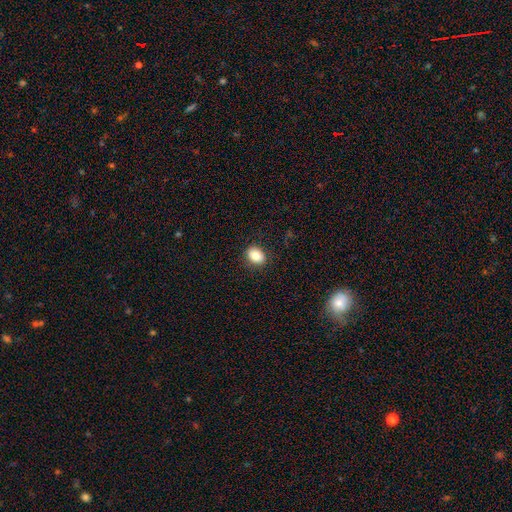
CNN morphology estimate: smooth-or-featured: smooth: 83% | star or artifact: 9% | featured or disk: 8%
  how-rounded: in between: 59% | round: 40% | cigar-shaped: 1%
  merging: none: 89% | minor disturbance: 8% | major disturbance: 2% | merger: 1%